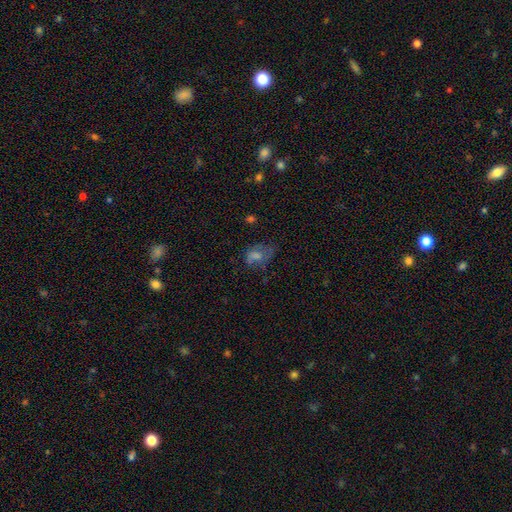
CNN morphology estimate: smooth-or-featured: smooth: 40% | featured or disk: 38% | star or artifact: 22%
  merging: none: 51% | minor disturbance: 23% | major disturbance: 22% | merger: 4%